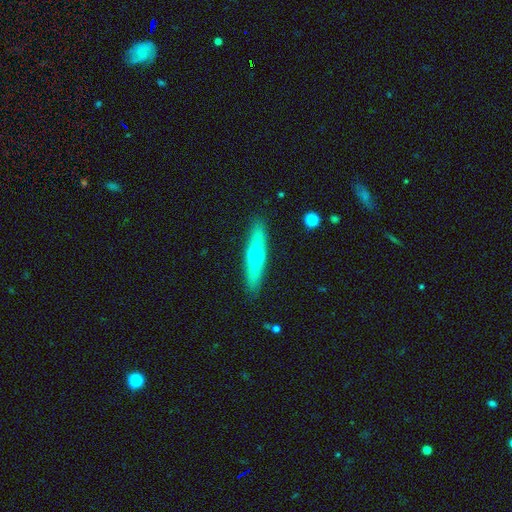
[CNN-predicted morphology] Q: Smooth or featured?
A: featured or disk (49%); runner-up: smooth (45%)
Q: Merging?
A: none (89%); runner-up: minor disturbance (8%)